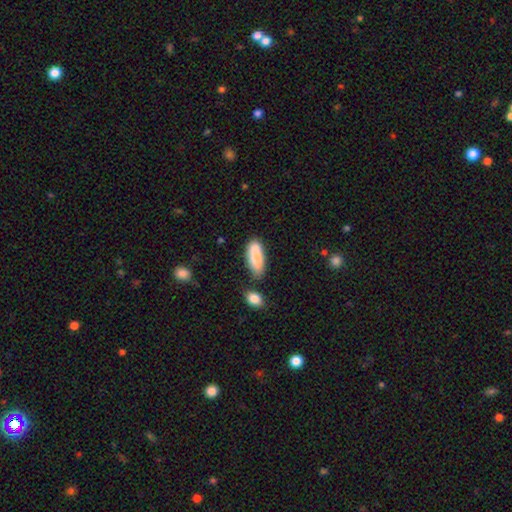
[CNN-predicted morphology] This is clearly a smooth galaxy (82%). How rounded: likely in between (70%). Merging: possibly none (56%).